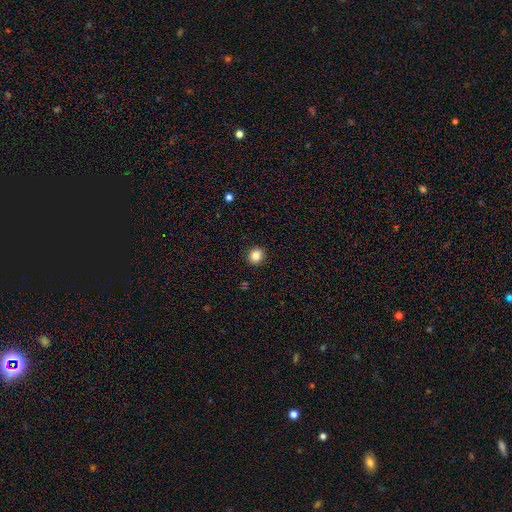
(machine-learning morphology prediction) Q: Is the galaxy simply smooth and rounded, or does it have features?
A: smooth — 83%.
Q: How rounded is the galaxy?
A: round — 87%.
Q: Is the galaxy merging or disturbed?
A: none — 92%.